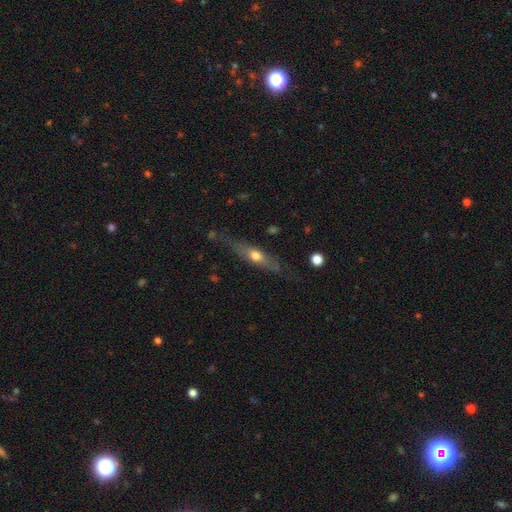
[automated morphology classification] featured or disk 51%, smooth 43%, star or artifact 6%. Down the decision tree: edge-on disk — yes (79%); merging — none (69%).